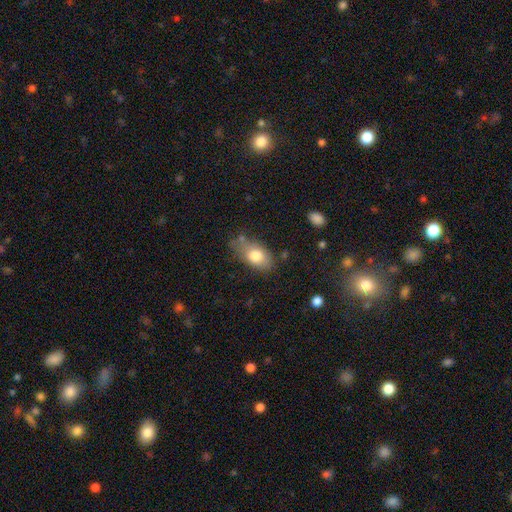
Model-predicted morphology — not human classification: smooth 78%, featured or disk 15%, star or artifact 7%. Down the decision tree: how rounded — in between (89%); merging — none (54%).